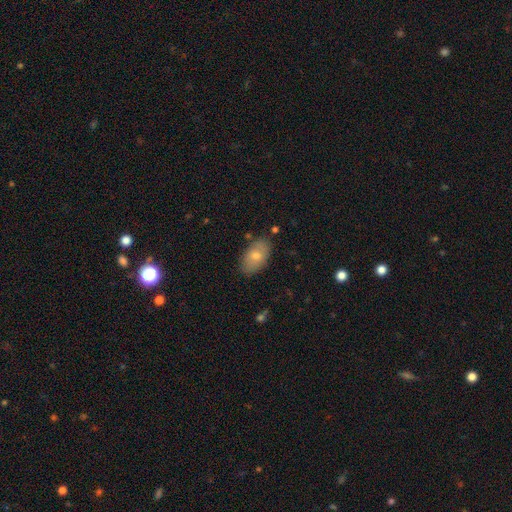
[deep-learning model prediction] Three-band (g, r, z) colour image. It shows a smooth galaxy with no disk features (69%) that is in between round and cigar-shaped (92%). Merging: none (83%).